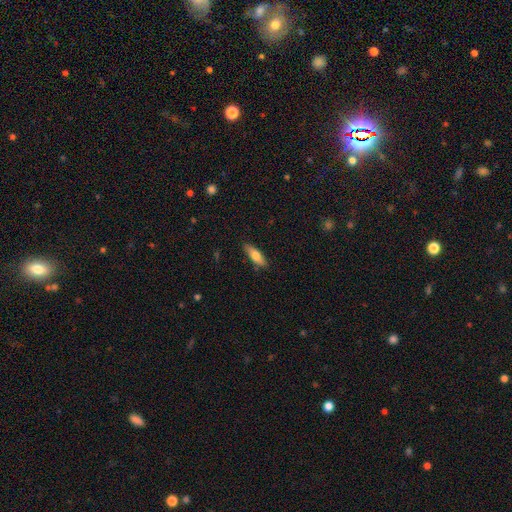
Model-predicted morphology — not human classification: Q: Smooth or featured?
A: smooth (68%); runner-up: featured or disk (26%)
Q: How rounded?
A: cigar-shaped (50%); runner-up: in between (48%)
Q: Merging?
A: none (86%); runner-up: minor disturbance (11%)